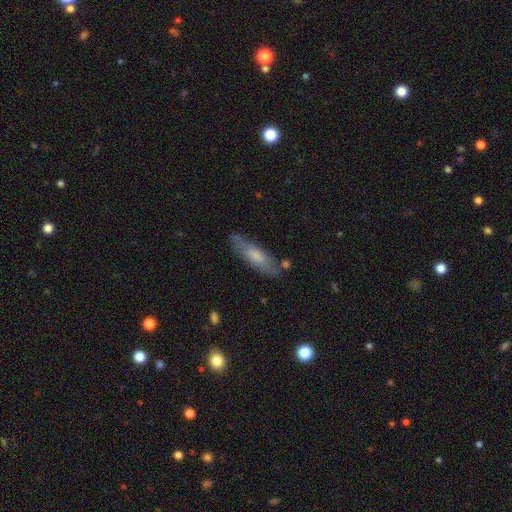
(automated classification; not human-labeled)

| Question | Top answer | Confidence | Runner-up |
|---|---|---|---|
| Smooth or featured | smooth | 62% | featured or disk (31%) |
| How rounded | cigar-shaped | 60% | in between (38%) |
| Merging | none | 74% | minor disturbance (18%) |